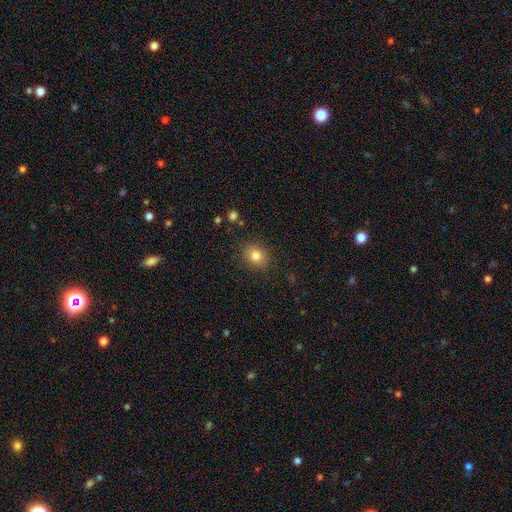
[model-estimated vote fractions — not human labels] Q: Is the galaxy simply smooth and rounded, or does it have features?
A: smooth — 81%.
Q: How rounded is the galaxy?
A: round — 58%.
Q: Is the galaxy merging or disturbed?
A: none — 86%.